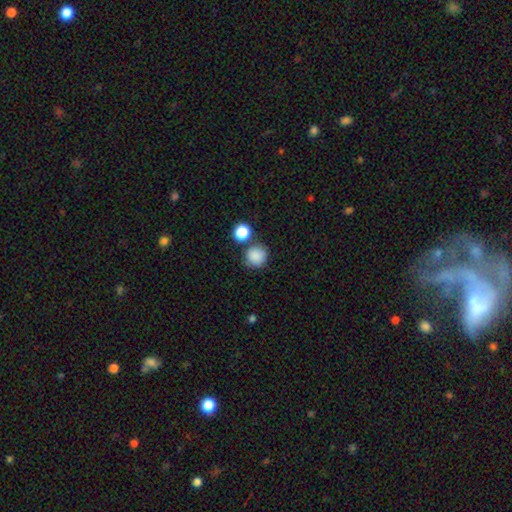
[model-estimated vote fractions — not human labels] This appears to be a smooth galaxy with no disk features (86%) that is round (90%). Merging: none (71%).